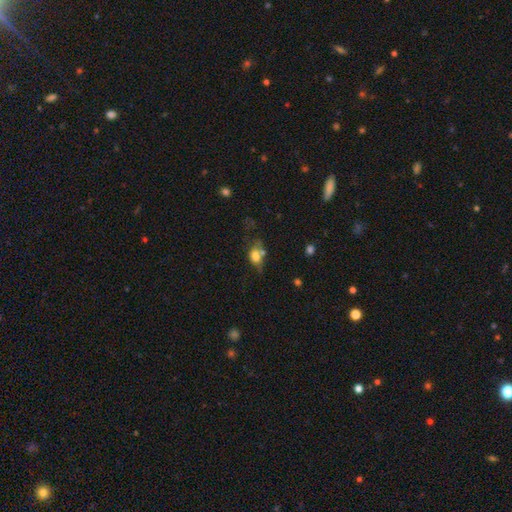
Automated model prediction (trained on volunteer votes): This is likely a smooth galaxy (72%). How rounded: likely in between (63%). Merging: marginally none (33%).